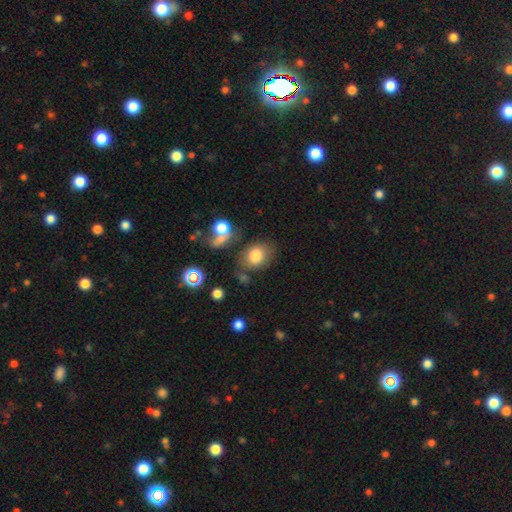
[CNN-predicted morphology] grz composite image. It shows a smooth galaxy with no disk features (77%) that is in between round and cigar-shaped (56%). Merging: none (63%).